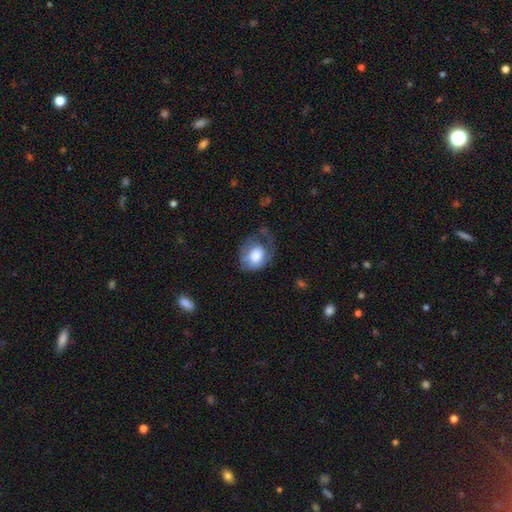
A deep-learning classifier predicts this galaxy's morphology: Q: Smooth or featured?
A: smooth (57%); runner-up: featured or disk (36%)
Q: How rounded?
A: in between (55%); runner-up: round (44%)
Q: Merging?
A: major disturbance (40%); runner-up: none (29%)